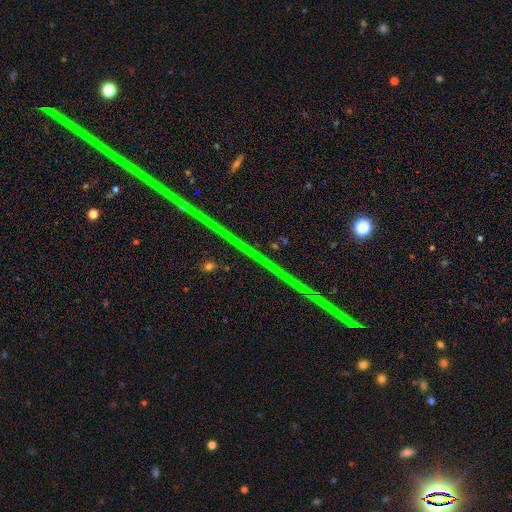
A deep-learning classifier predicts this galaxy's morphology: A star or artifact, not a galaxy (88%).

Vote fractions:
- Smooth or featured? star or artifact: 88% / featured or disk: 7% / smooth: 5%